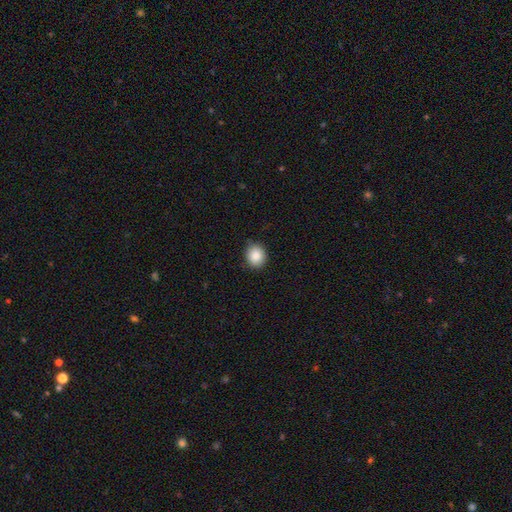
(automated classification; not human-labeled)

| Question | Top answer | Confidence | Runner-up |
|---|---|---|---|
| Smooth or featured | smooth | 87% | star or artifact (8%) |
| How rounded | round | 76% | in between (23%) |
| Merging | none | 84% | minor disturbance (12%) |